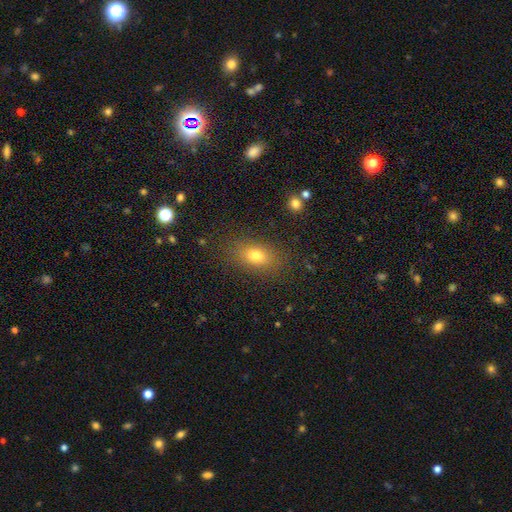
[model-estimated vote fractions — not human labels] This appears to be a smooth galaxy with no disk features (77%) that is in between round and cigar-shaped (80%). Merging: none (83%).